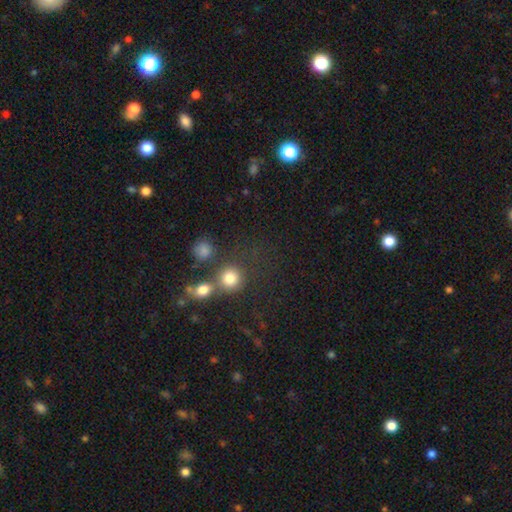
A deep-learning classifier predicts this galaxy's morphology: The model was most divided on "smooth or featured": smooth: 51%, star or artifact: 37%, featured or disk: 11%. More confident: how rounded — round (84%); merging — none (54%).